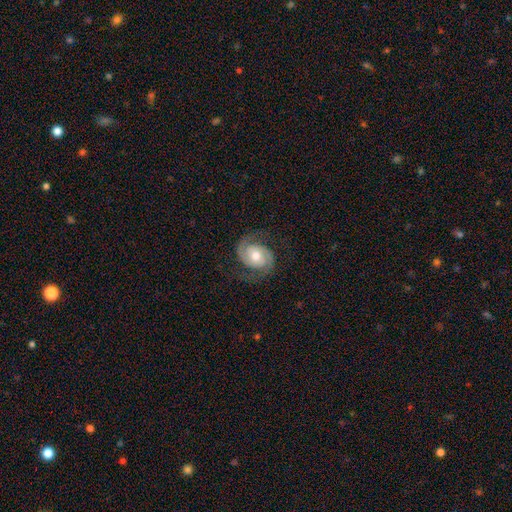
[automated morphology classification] type=featured or disk (88%); edge-on=no (98%); bar=no (67%); spiral arms=yes (97%); winding=medium (50%); arm count=2 (93%); bulge=moderate (71%); merging=none (78%).